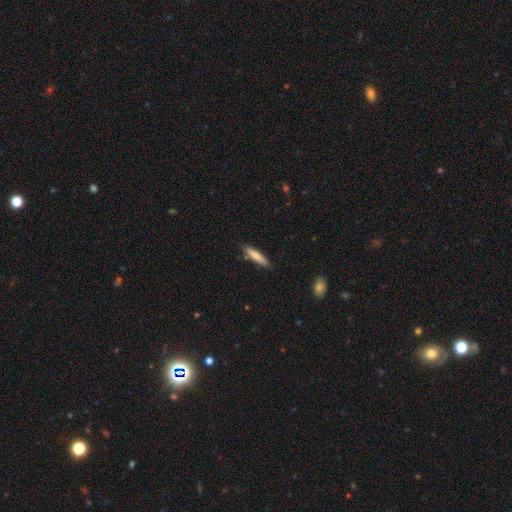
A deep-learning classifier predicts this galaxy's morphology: Q: Smooth or featured?
A: smooth (78%); runner-up: featured or disk (17%)
Q: How rounded?
A: cigar-shaped (85%); runner-up: in between (13%)
Q: Merging?
A: none (85%); runner-up: minor disturbance (11%)